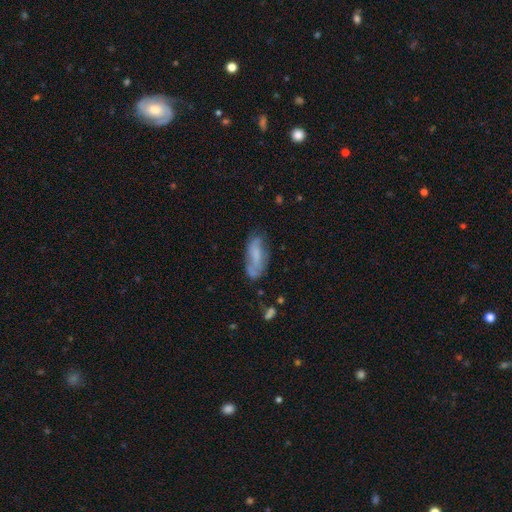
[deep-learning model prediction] Smooth or featured? smooth (51%)
How rounded? in between (74%)
Merging? none (56%)